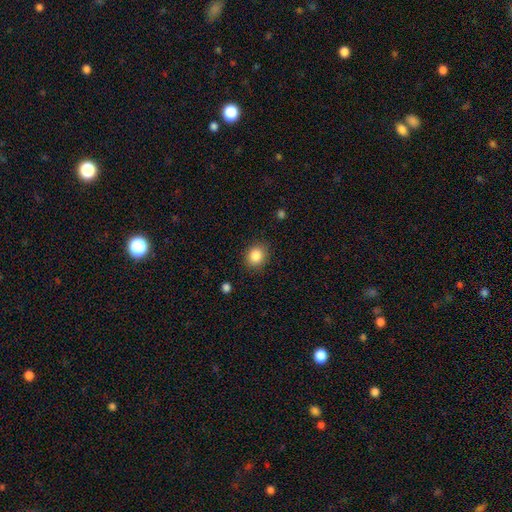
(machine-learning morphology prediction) smooth-or-featured: smooth: 86% | star or artifact: 9% | featured or disk: 4%
  how-rounded: round: 70% | in between: 29% | cigar-shaped: 1%
  merging: none: 86% | minor disturbance: 10% | major disturbance: 3% | merger: 1%